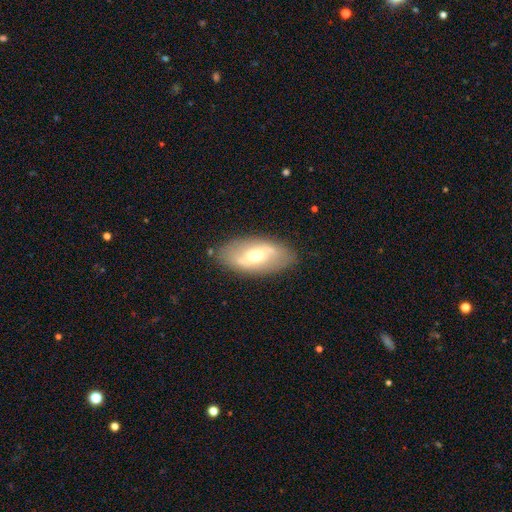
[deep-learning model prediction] Smooth or featured: featured or disk — 57% (smooth — 37%)
Edge-on disk: no — 88% (yes — 12%)
Bar: weak — 41% (no — 36%)
Spiral arms: yes — 58% (no — 42%)
Bulge size: moderate — 64% (small — 26%)
Merging: none — 82% (minor disturbance — 12%)